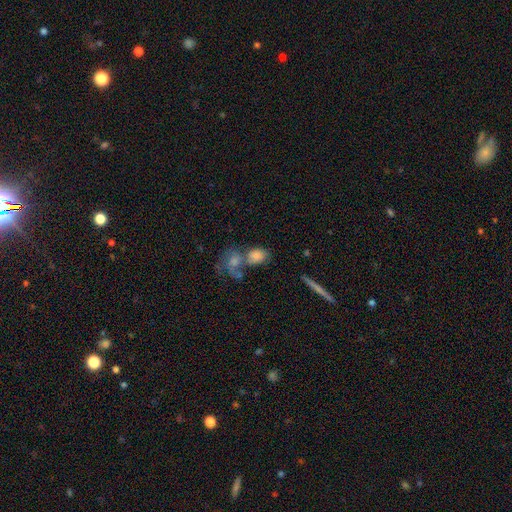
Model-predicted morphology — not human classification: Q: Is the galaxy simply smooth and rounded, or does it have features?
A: smooth — 63%.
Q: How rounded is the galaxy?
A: in between — 52%.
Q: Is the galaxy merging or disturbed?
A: merger — 44%.